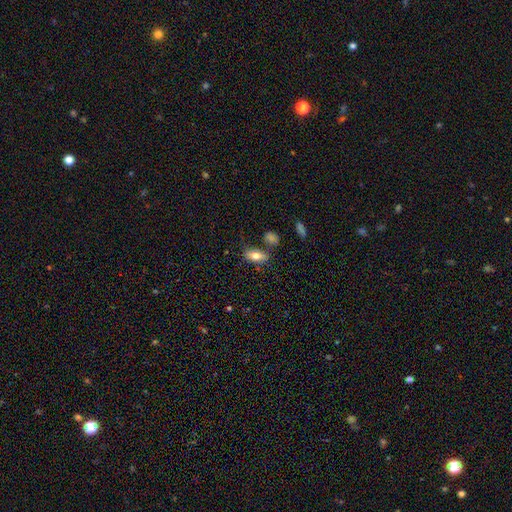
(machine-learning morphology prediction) smooth 75%, featured or disk 18%, star or artifact 8%. Down the decision tree: how rounded — in between (84%); merging — none (73%).